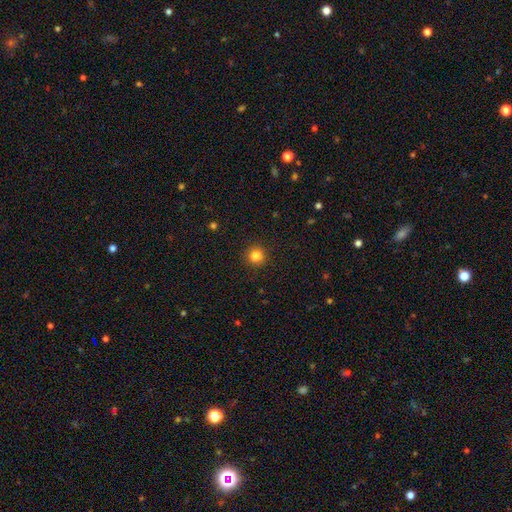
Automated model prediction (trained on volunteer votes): Q: Smooth or featured?
A: smooth (83%); runner-up: star or artifact (13%)
Q: How rounded?
A: round (92%); runner-up: in between (7%)
Q: Merging?
A: none (89%); runner-up: minor disturbance (7%)